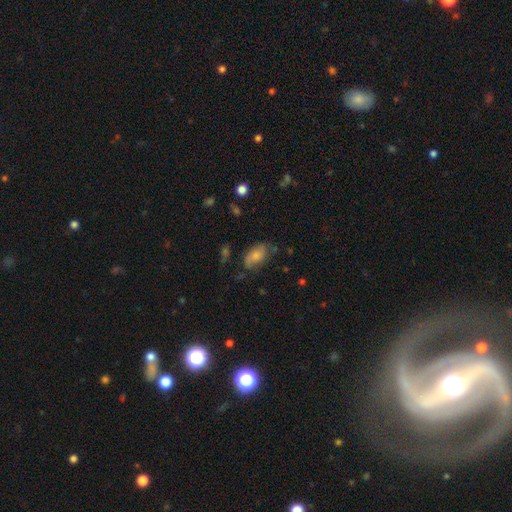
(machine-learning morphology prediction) Smooth or featured?
  - smooth: 69% *
  - featured or disk: 23%
  - star or artifact: 8%
How rounded?
  - in between: 90% *
  - round: 5%
  - cigar-shaped: 4%
Merging?
  - none: 59% *
  - minor disturbance: 27%
  - major disturbance: 10%
  - merger: 3%